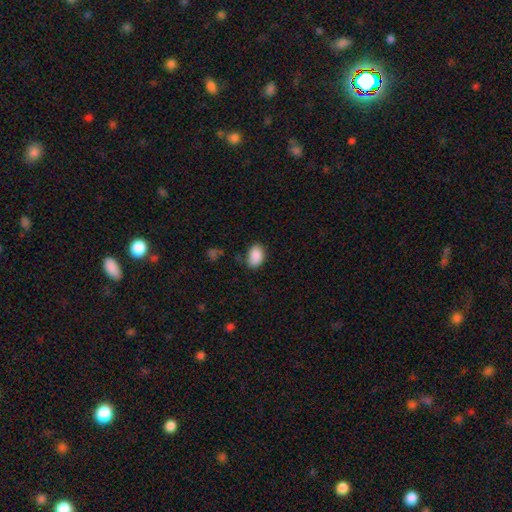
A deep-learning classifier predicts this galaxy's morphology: Overall: smooth (89%). How rounded: in between (83%). Merging: none (75%).